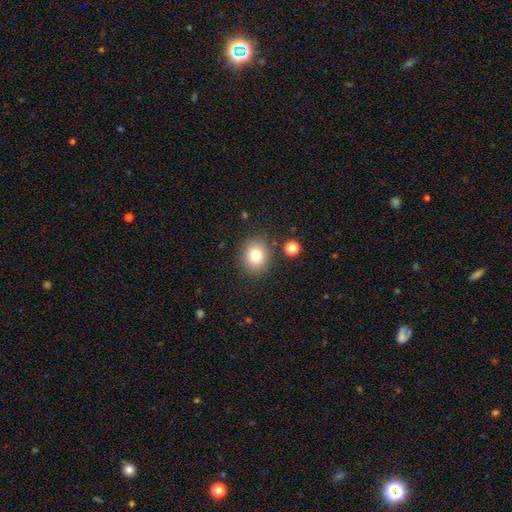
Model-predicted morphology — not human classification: Smooth or featured? Predicted: smooth (p=0.79). How rounded? Predicted: round (p=0.72). Merging? Predicted: none (p=0.86).